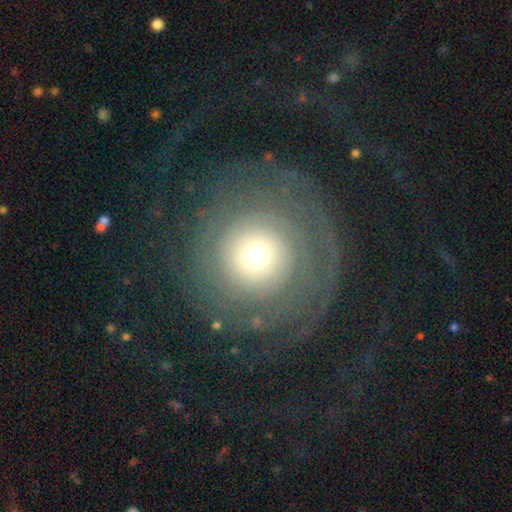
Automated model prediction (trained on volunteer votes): This is likely a featured or disk galaxy (65%). It is clearly not viewed edge-on (97%). Bar: clearly no (87%). Spiral arm pattern: likely yes (77%). Central bulge: possibly moderate (53%). Merging: likely none (72%).